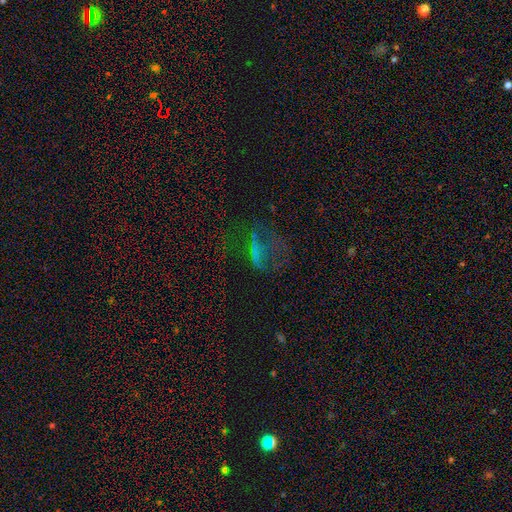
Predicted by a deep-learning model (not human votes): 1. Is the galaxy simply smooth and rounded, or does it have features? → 38% star or artifact, 31% smooth, 30% featured or disk.